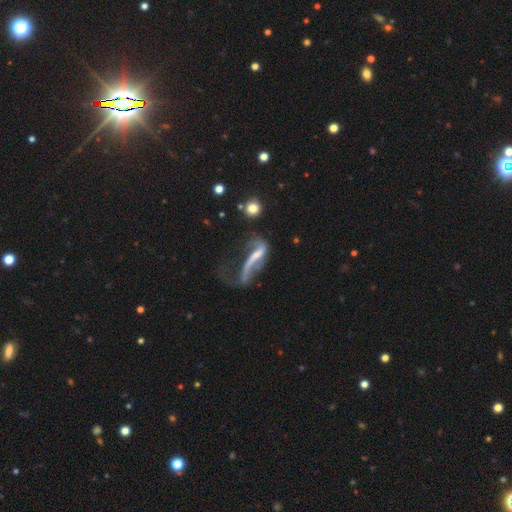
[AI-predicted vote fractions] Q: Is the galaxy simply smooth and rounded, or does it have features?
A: featured or disk — 64%.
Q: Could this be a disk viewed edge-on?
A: no — 73%.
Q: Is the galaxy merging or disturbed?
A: major disturbance — 50%.